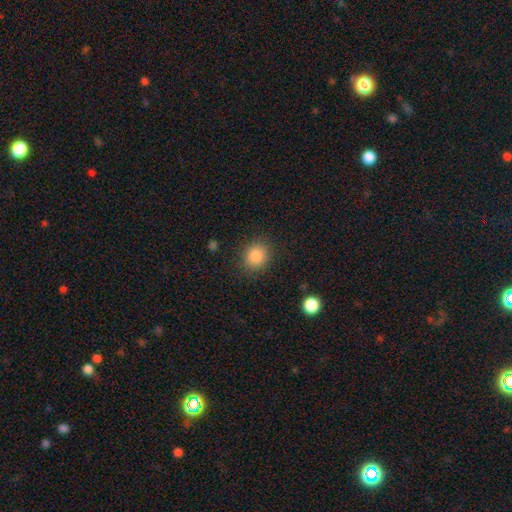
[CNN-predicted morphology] Q: Smooth or featured?
A: smooth (86%); runner-up: star or artifact (10%)
Q: How rounded?
A: round (75%); runner-up: in between (24%)
Q: Merging?
A: none (87%); runner-up: minor disturbance (9%)